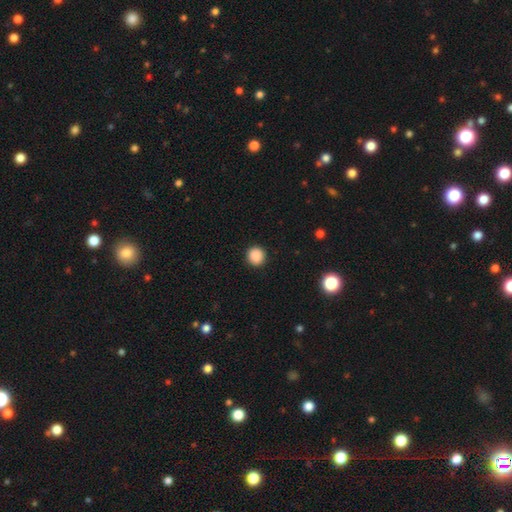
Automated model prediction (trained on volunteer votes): smooth 89%, star or artifact 9%, featured or disk 3%. Down the decision tree: how rounded — round (93%); merging — none (92%).